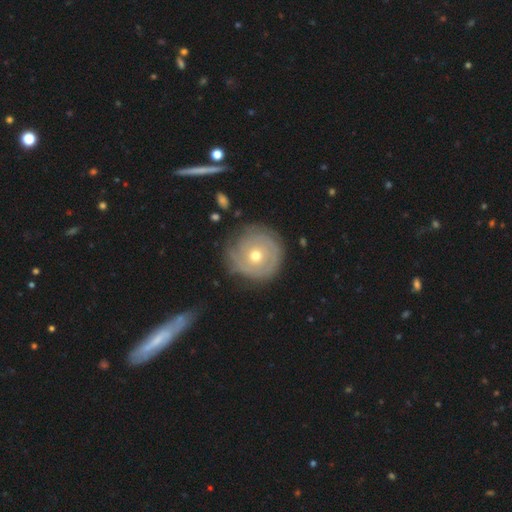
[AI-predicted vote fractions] Overall: featured or disk (60%; smooth 33%). Edge-on disk: no (95%). Bar: no (88%). Spiral arms: yes (63%; no 37%). Bulge size: moderate (64%; small 32%). Merging: none (74%).